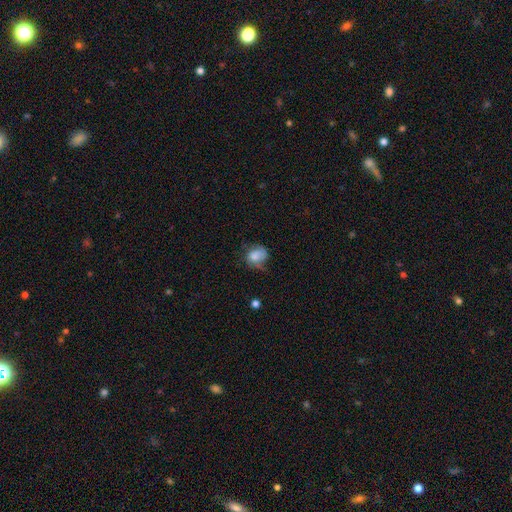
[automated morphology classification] This is likely a smooth galaxy (65%). How rounded: possibly round (52%). Merging: marginally none (42%).